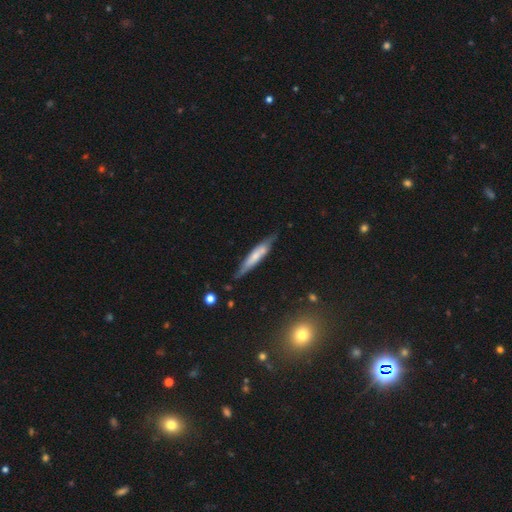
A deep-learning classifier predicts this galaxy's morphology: A smooth galaxy with no disk features (52%) that is cigar-shaped (88%). Merging: none (73%).